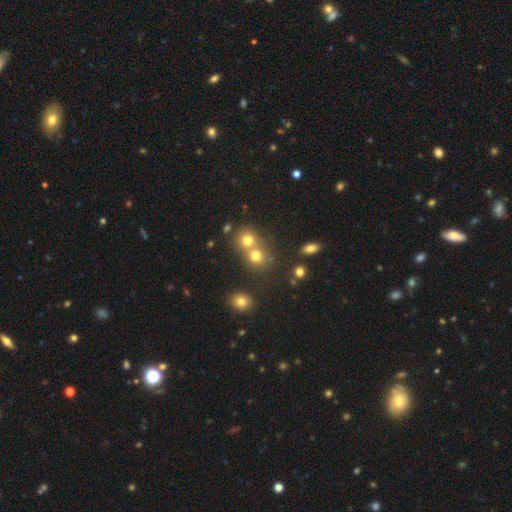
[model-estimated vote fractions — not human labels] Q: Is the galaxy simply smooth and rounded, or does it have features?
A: smooth — 73%.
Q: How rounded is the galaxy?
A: round — 82%.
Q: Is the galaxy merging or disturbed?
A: merger — 47%.